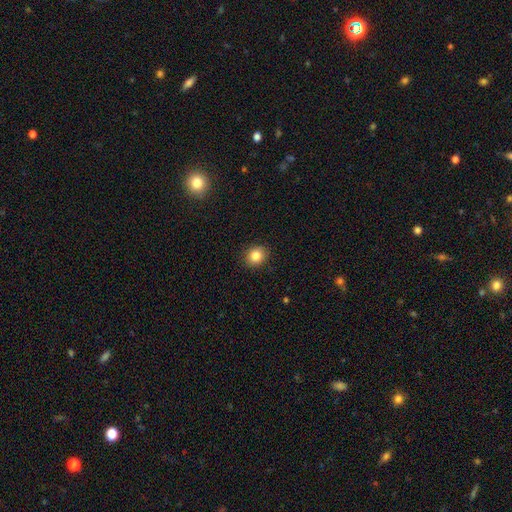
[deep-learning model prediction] smooth_or_featured: smooth (p=0.84) [alt: star or artifact p=0.10]
how_rounded: round (p=0.73) [alt: in between p=0.26]
merging: none (p=0.90) [alt: minor disturbance p=0.07]